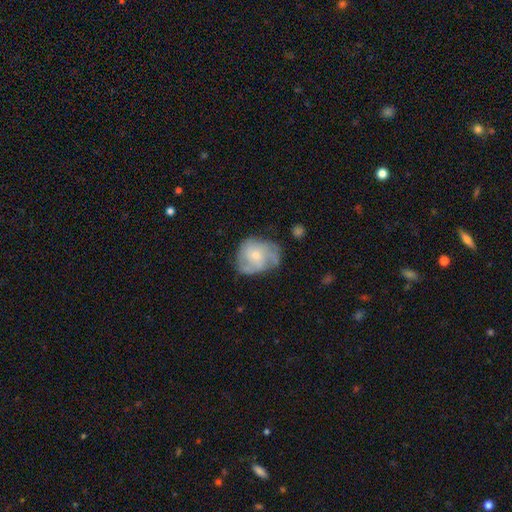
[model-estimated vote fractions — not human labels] This is likely a featured or disk galaxy (66%). It is clearly not viewed edge-on (98%). Bar: likely no (72%). Spiral arm pattern: clearly yes (86%). Spiral arm count: marginally 3 (33%). Spiral winding: marginally medium (43%). Central bulge: likely small (61%). Merging: possibly none (56%).